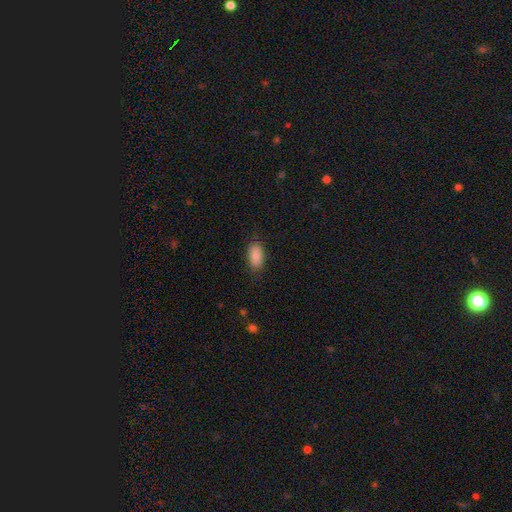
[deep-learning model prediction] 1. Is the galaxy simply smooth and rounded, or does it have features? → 89% smooth, 7% star or artifact, 4% featured or disk.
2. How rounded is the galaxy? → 92% in between, 5% cigar-shaped, 3% round.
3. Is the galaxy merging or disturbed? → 84% none, 12% minor disturbance, 3% major disturbance, 1% merger.